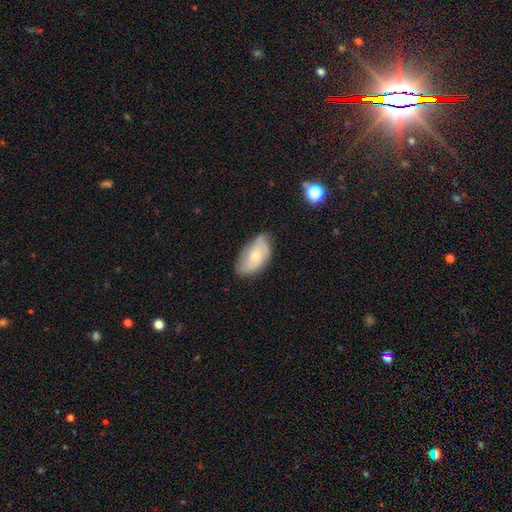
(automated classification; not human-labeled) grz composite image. It shows a smooth galaxy with no disk features (52%) that is in between round and cigar-shaped (92%). Merging: none (65%).